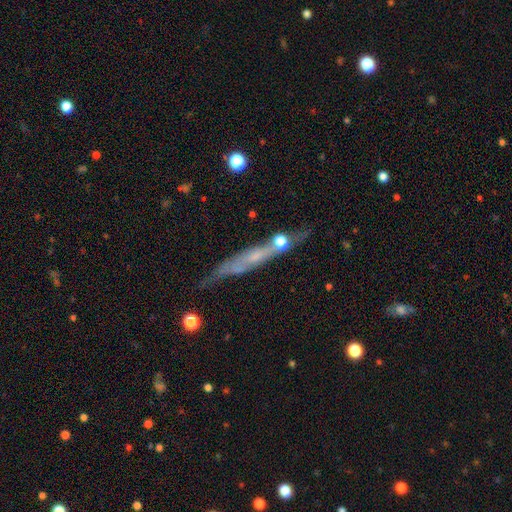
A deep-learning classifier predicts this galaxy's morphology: A featured or disk galaxy (60%) viewed edge-on (81%). Merging: none (62%).